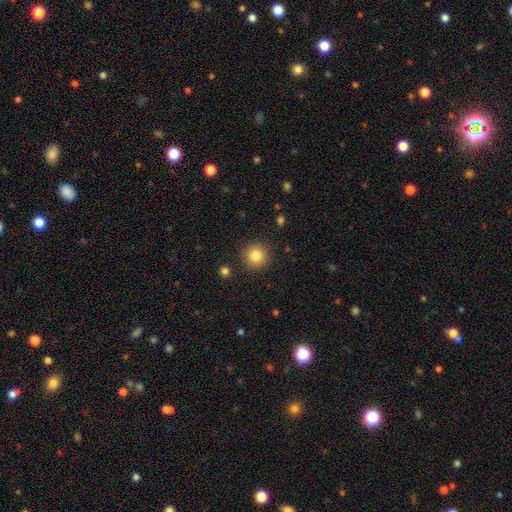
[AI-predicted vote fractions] Smooth or featured?
  - smooth: 84% *
  - star or artifact: 10%
  - featured or disk: 6%
How rounded?
  - round: 94% *
  - in between: 5%
  - cigar-shaped: 1%
Merging?
  - none: 90% *
  - minor disturbance: 6%
  - major disturbance: 2%
  - merger: 2%